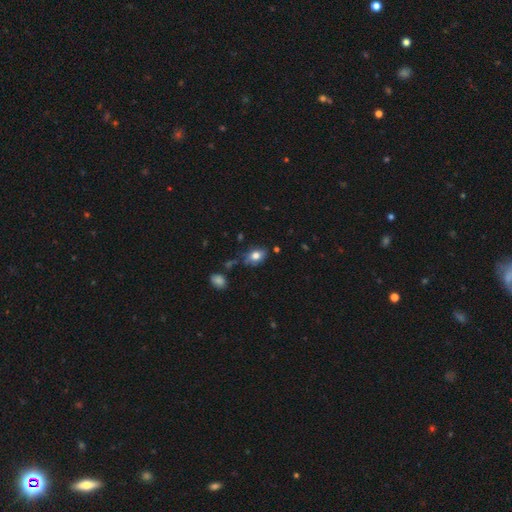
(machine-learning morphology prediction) smooth 79%, featured or disk 12%, star or artifact 10%. Down the decision tree: how rounded — in between (79%); merging — none (66%).